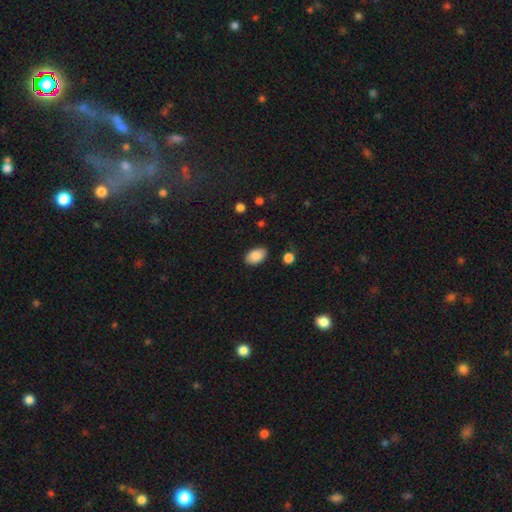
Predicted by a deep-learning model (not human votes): smooth_or_featured: smooth (p=0.88) [alt: star or artifact p=0.07]
how_rounded: in between (p=0.92) [alt: round p=0.06]
merging: none (p=0.85) [alt: minor disturbance p=0.11]